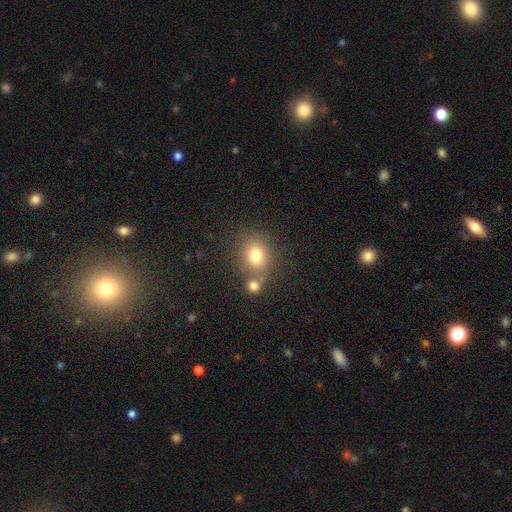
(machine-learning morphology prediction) Smooth or featured? smooth (77%)
How rounded? round (72%)
Merging? none (62%)